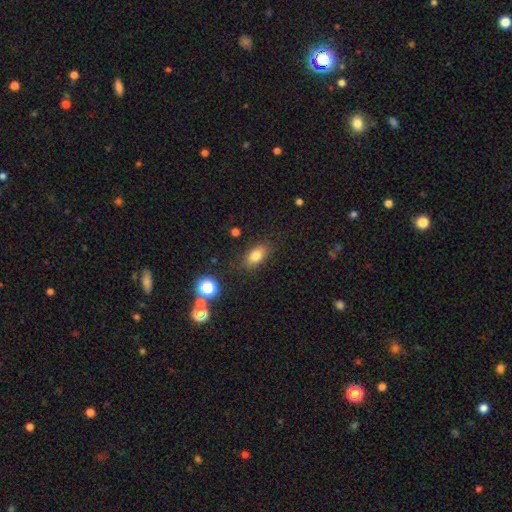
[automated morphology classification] This appears to be a smooth galaxy with no disk features (79%) that is in between round and cigar-shaped (84%). Merging: none (83%).